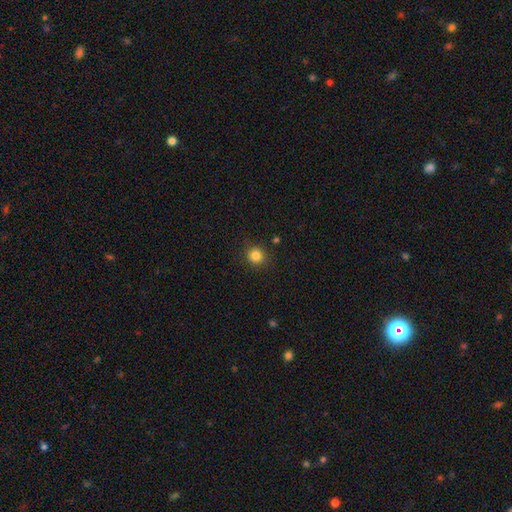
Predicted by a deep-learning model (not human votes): smooth_or_featured: smooth (p=0.84) [alt: star or artifact p=0.12]
how_rounded: round (p=0.91) [alt: in between p=0.08]
merging: none (p=0.89) [alt: minor disturbance p=0.07]